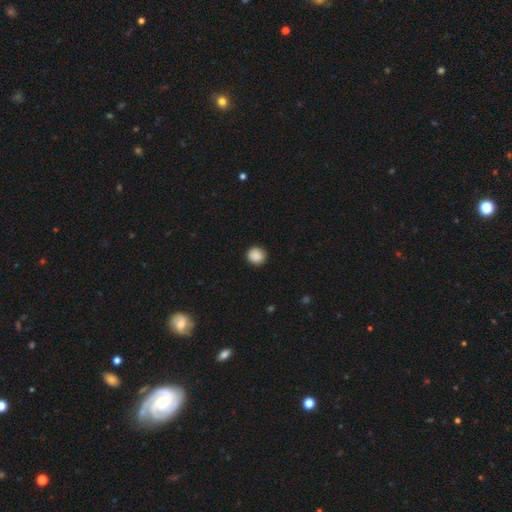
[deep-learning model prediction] Smooth or featured? Predicted: smooth (p=0.88). How rounded? Predicted: round (p=0.91). Merging? Predicted: none (p=0.89).